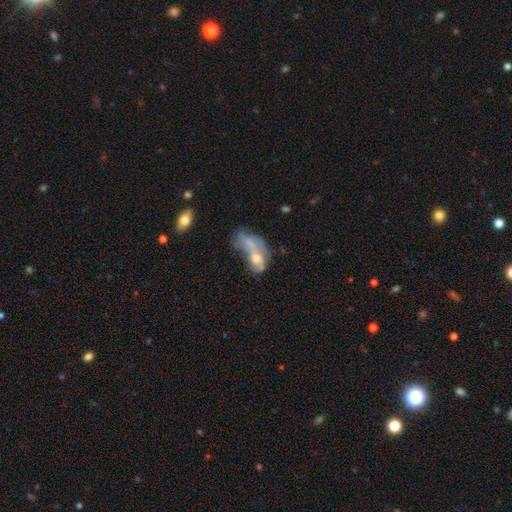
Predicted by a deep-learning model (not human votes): smooth 45%, featured or disk 43%, star or artifact 12%. Down the decision tree: merging — major disturbance (37%).